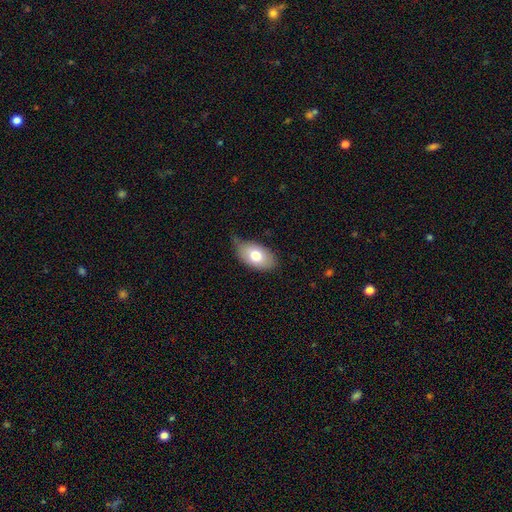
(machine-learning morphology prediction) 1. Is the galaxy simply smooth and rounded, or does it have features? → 74% smooth, 19% featured or disk, 7% star or artifact.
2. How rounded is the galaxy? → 92% in between, 7% round, 2% cigar-shaped.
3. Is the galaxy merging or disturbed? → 64% none, 29% minor disturbance, 6% major disturbance, 2% merger.